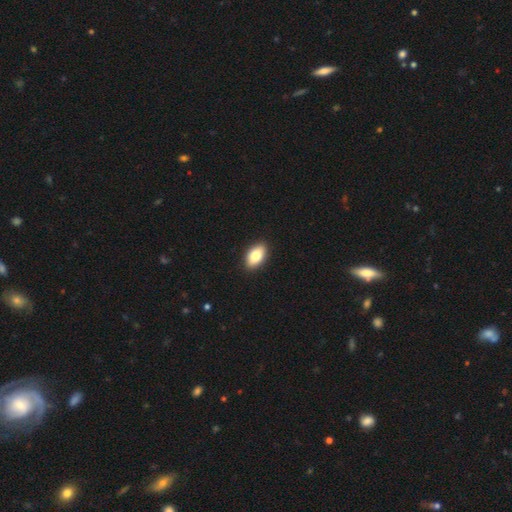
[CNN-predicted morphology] Overall: smooth (81%). How rounded: in between (92%). Merging: none (91%).